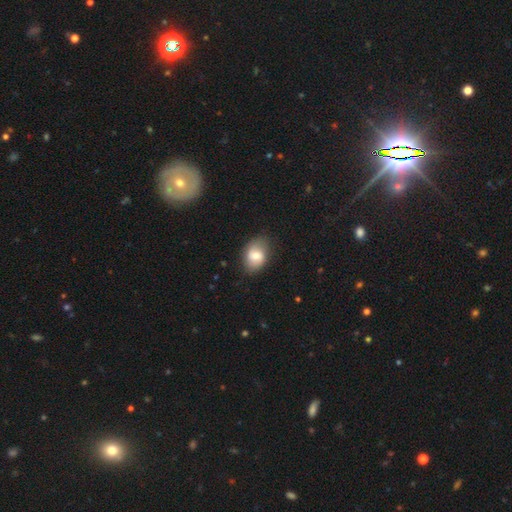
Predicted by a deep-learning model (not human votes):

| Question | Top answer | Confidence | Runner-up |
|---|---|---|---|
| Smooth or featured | smooth | 63% | featured or disk (30%) |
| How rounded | in between | 76% | round (23%) |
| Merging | none | 77% | minor disturbance (18%) |